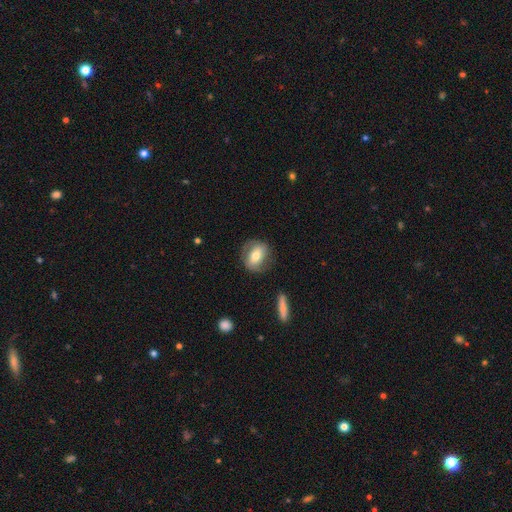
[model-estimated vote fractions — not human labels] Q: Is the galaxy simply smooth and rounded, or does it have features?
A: smooth — 54%.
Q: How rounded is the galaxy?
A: in between — 52%.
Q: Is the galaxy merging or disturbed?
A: none — 74%.